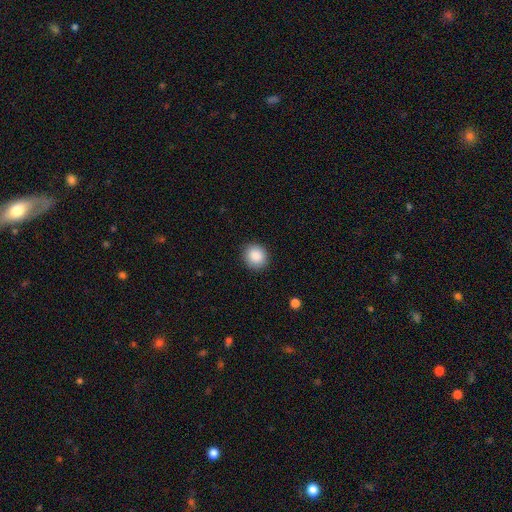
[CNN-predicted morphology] Smooth or featured? smooth (88%)
How rounded? round (83%)
Merging? none (90%)